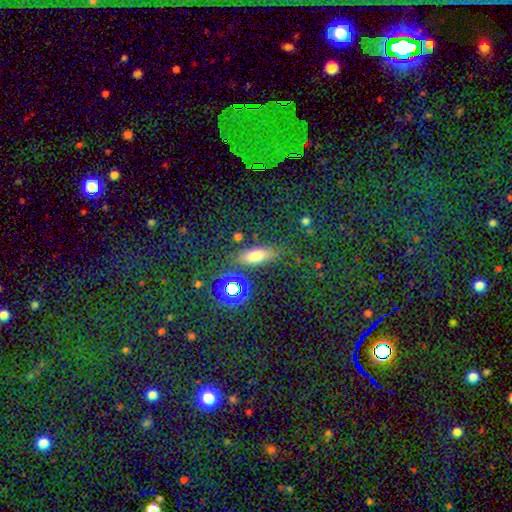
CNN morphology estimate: type=smooth (65%); roundness=in between (64%); merging=none (76%).